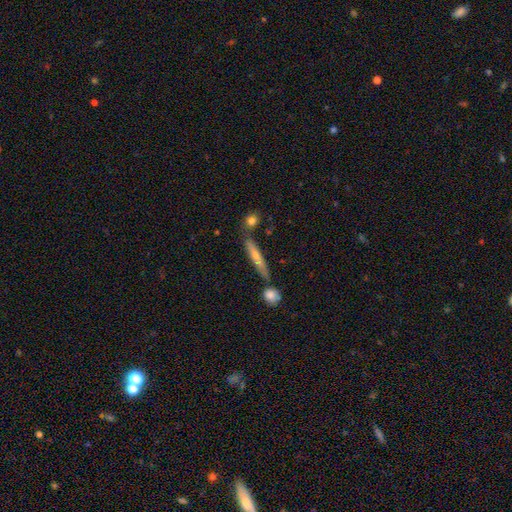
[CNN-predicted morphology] Smooth or featured: smooth — 48% (featured or disk — 45%)
Merging: none — 71% (minor disturbance — 15%)